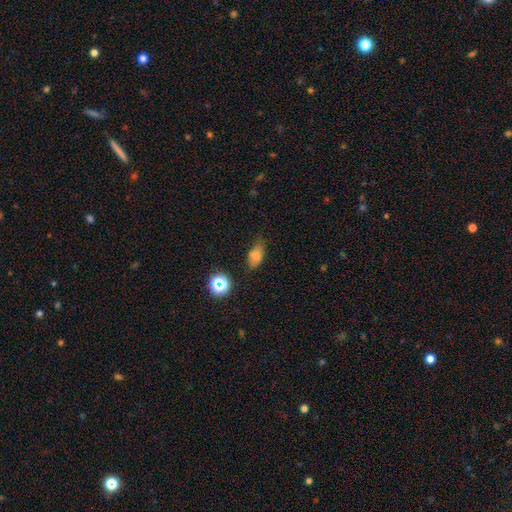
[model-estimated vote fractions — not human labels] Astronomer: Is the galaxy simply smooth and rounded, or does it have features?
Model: smooth — 72%.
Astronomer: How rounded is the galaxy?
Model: in between — 82%.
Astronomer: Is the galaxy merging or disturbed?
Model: none — 63%.